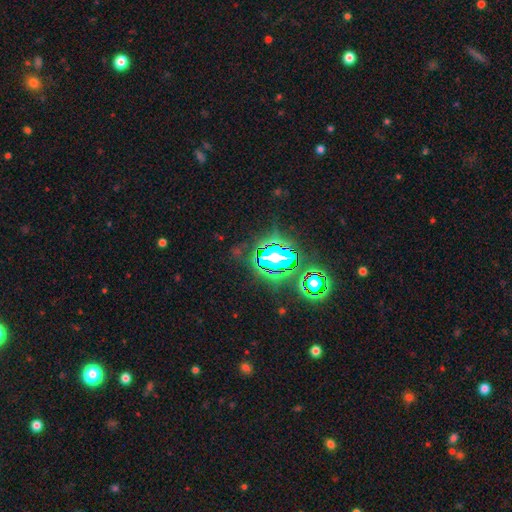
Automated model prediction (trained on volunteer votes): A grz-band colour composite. It shows a star or artifact, not a galaxy (80%).